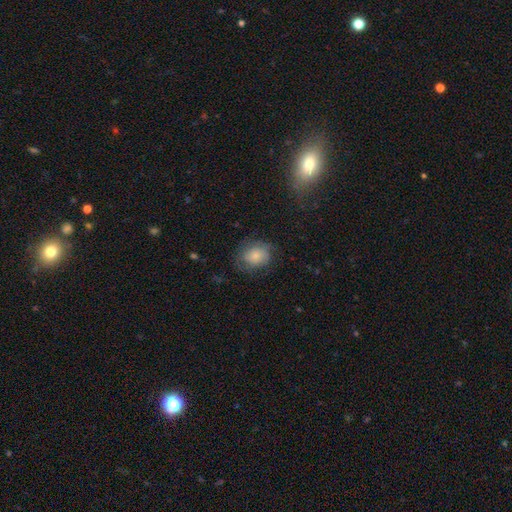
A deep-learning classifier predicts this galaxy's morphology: This appears to be a smooth galaxy with no disk features (74%) that is round (58%). Merging: none (66%).